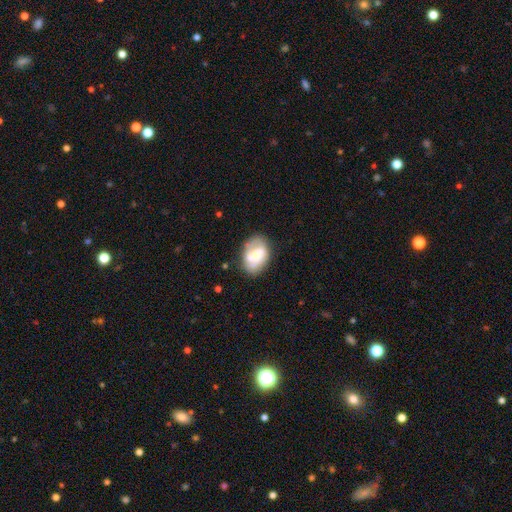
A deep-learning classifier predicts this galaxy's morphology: Smooth or featured?
  - smooth: 51% *
  - featured or disk: 42%
  - star or artifact: 8%
How rounded?
  - in between: 80% *
  - round: 18%
  - cigar-shaped: 1%
Merging?
  - none: 59% *
  - minor disturbance: 25%
  - major disturbance: 10%
  - merger: 6%